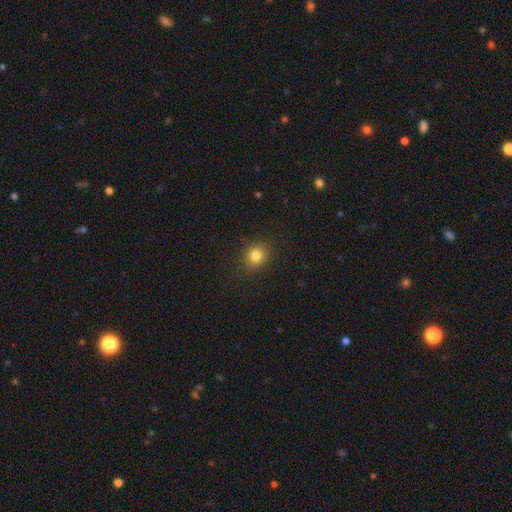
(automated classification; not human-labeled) A smooth galaxy with no disk features (82%) that is round (73%).

Vote fractions:
- Smooth or featured? smooth: 82% / star or artifact: 12% / featured or disk: 6%
- How rounded? round: 73% / in between: 26% / cigar-shaped: 1%
- Merging? none: 89% / minor disturbance: 8% / major disturbance: 2% / merger: 1%